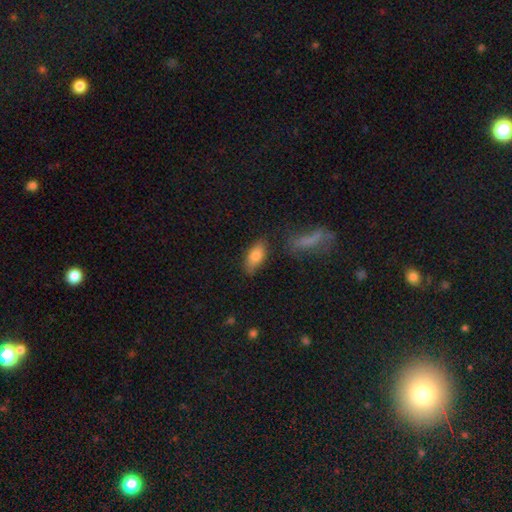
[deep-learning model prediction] smooth-or-featured: smooth: 78% | featured or disk: 15% | star or artifact: 7%
  how-rounded: in between: 86% | cigar-shaped: 11% | round: 4%
  merging: none: 75% | minor disturbance: 16% | merger: 5% | major disturbance: 4%